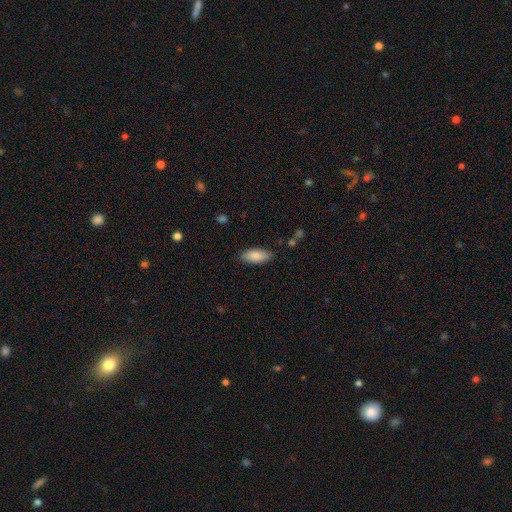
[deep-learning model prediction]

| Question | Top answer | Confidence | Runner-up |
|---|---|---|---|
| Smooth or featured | smooth | 87% | featured or disk (7%) |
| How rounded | in between | 82% | cigar-shaped (16%) |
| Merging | none | 86% | minor disturbance (11%) |